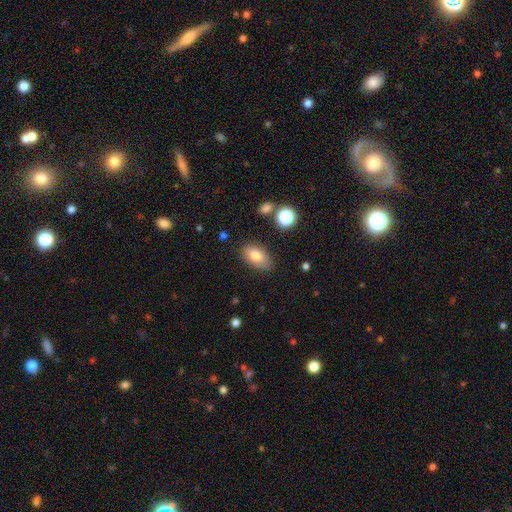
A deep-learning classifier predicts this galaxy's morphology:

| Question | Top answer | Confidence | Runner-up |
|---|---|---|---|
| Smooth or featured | smooth | 79% | featured or disk (12%) |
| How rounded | in between | 90% | round (7%) |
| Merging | none | 80% | minor disturbance (14%) |